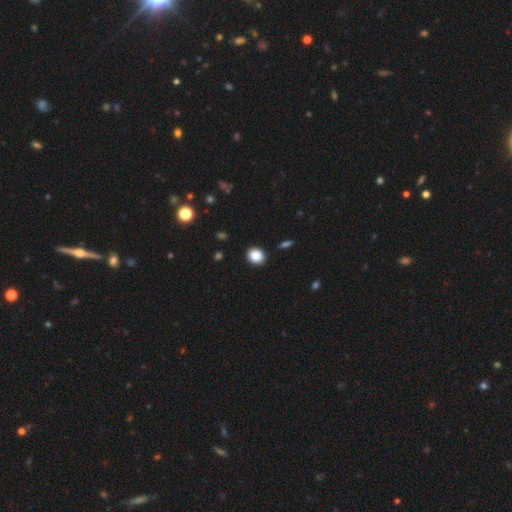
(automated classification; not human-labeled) A smooth galaxy with no disk features (86%) that is round (70%). Merging: none (91%).